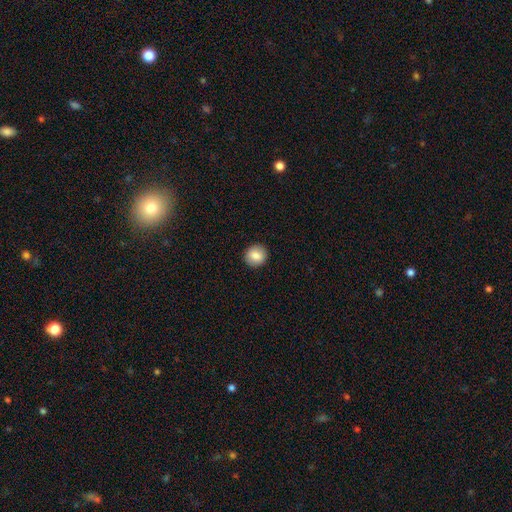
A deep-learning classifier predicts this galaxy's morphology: This appears to be a smooth galaxy with no disk features (84%) that is round (88%). Merging: none (92%).